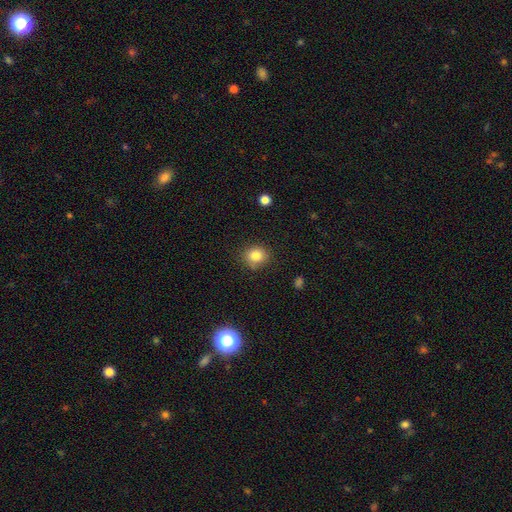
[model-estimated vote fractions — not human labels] The model was most divided on "how rounded": round: 76%, in between: 24%, cigar-shaped: 1%. More confident: merging — none (84%); smooth or featured — smooth (83%).